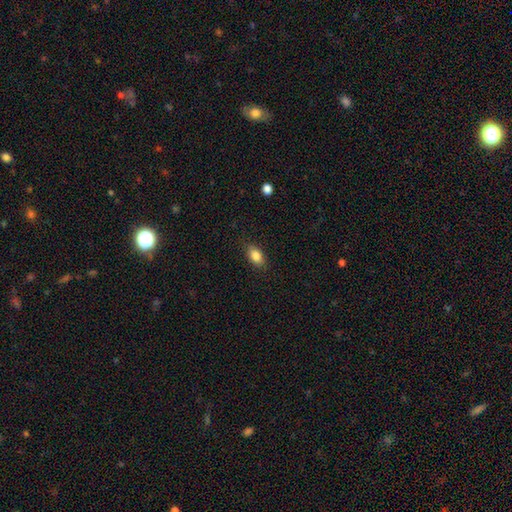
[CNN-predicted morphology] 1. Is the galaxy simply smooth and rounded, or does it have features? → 85% smooth, 8% star or artifact, 7% featured or disk.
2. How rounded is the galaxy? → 88% in between, 9% round, 4% cigar-shaped.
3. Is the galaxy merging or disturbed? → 85% none, 12% minor disturbance, 3% major disturbance, 1% merger.